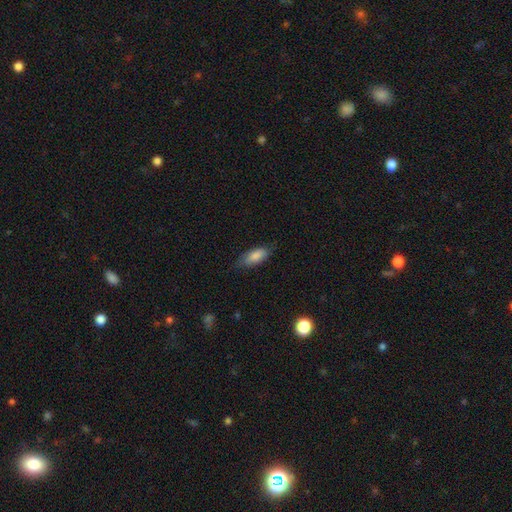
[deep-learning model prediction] Smooth or featured: smooth — 83% (featured or disk — 10%)
How rounded: in between — 79% (cigar-shaped — 19%)
Merging: none — 72% (minor disturbance — 22%)